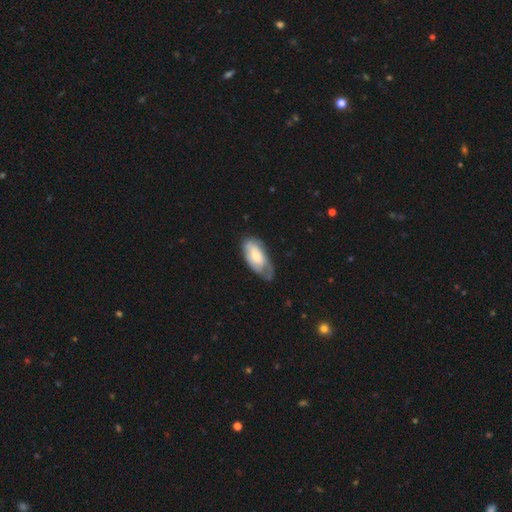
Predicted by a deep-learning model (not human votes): This appears to be a smooth galaxy with no disk features (51%) that is in between round and cigar-shaped (89%). Merging: none (46%).